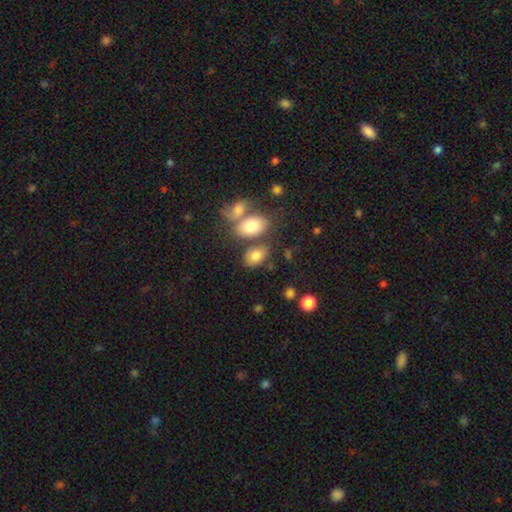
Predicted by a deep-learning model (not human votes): Morphology: type=smooth (79%); roundness=in between (85%); merging=none (54%).